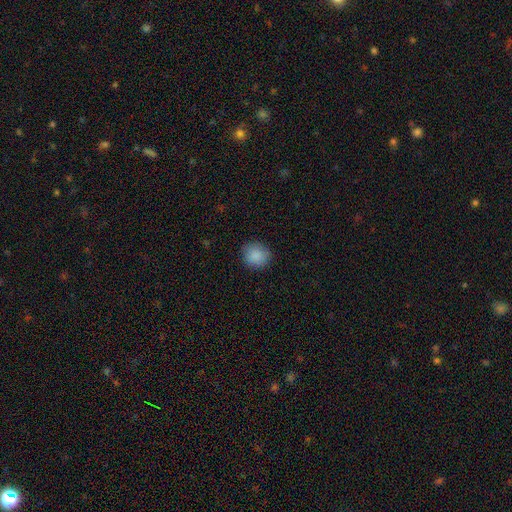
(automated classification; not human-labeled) Smooth or featured? smooth (88%)
How rounded? round (84%)
Merging? none (85%)